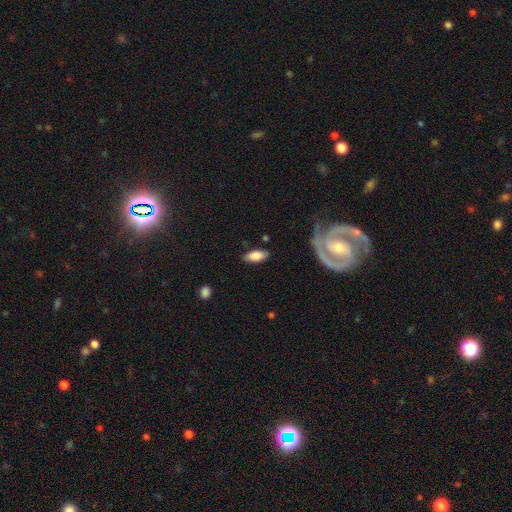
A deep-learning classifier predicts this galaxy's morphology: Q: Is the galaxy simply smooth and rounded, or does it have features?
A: smooth — 81%.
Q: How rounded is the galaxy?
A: in between — 86%.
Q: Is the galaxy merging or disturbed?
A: none — 82%.